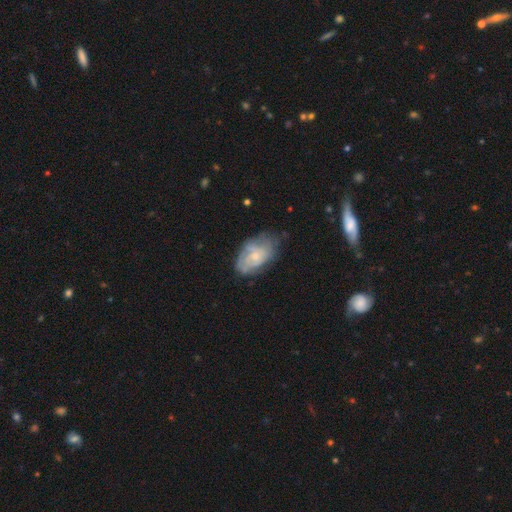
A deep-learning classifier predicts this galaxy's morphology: Smooth or featured: featured or disk — 63% (smooth — 30%)
Edge-on disk: no — 96% (yes — 4%)
Bar: no — 77% (weak — 21%)
Spiral arms: yes — 77% (no — 23%)
Bulge size: small — 61% (moderate — 32%)
Merging: none — 58% (minor disturbance — 28%)